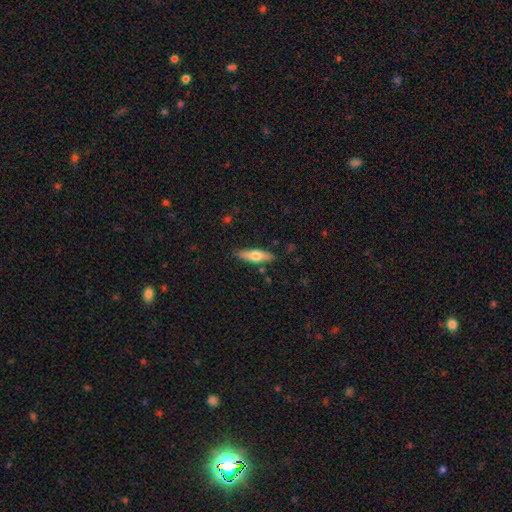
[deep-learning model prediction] Overall: smooth (61%; featured or disk 33%). How rounded: cigar-shaped (58%; in between 40%). Merging: none (85%).